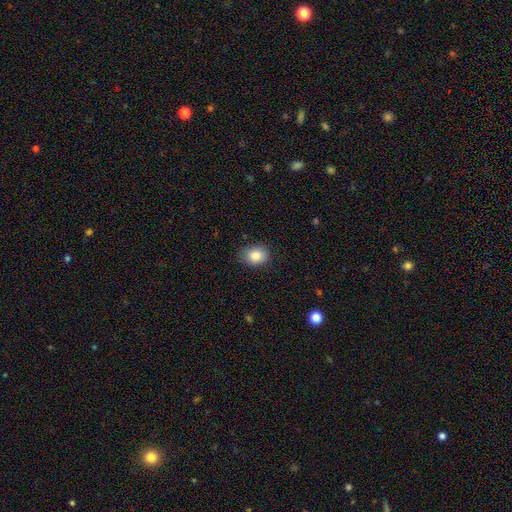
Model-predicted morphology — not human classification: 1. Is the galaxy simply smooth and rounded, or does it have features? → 86% smooth, 9% star or artifact, 6% featured or disk.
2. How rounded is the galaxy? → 56% in between, 43% round, 1% cigar-shaped.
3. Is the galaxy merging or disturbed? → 82% none, 14% minor disturbance, 3% major disturbance, 1% merger.